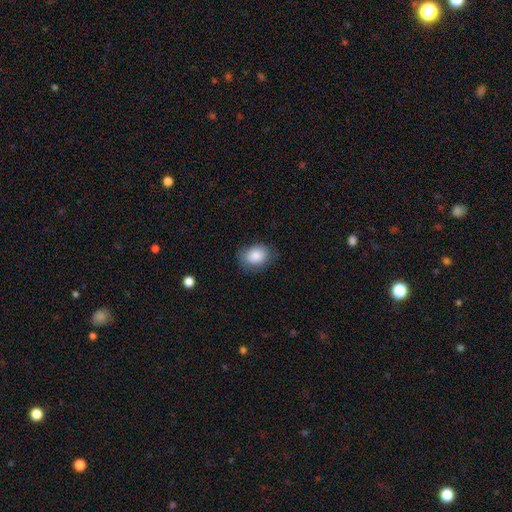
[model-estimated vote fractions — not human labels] Overall: smooth (86%). How rounded: in between (69%; round 30%). Merging: none (78%).